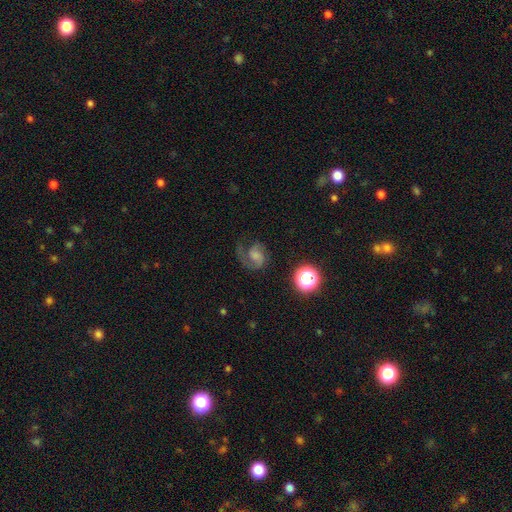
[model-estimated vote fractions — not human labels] Smooth or featured? featured or disk (66%)
Edge-on disk? no (98%)
Bar? no (61%)
Spiral arms? yes (93%)
Spiral winding? medium (46%)
Spiral arm count? 1 (49%)
Bulge size? none (28%)
Merging? none (45%)